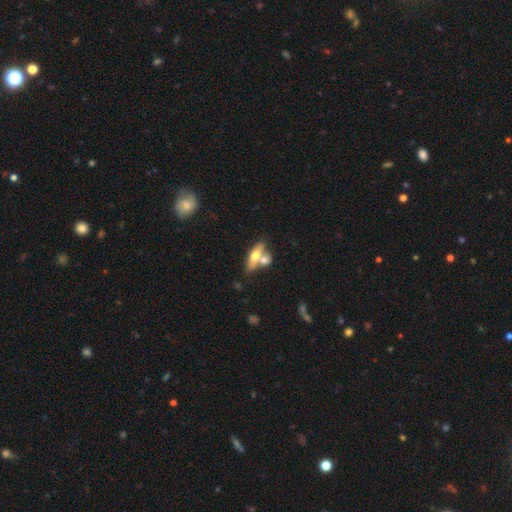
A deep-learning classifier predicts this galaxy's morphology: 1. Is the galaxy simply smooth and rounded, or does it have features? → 49% smooth, 44% featured or disk, 7% star or artifact.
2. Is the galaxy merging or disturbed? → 48% merger, 38% none, 9% minor disturbance, 4% major disturbance.